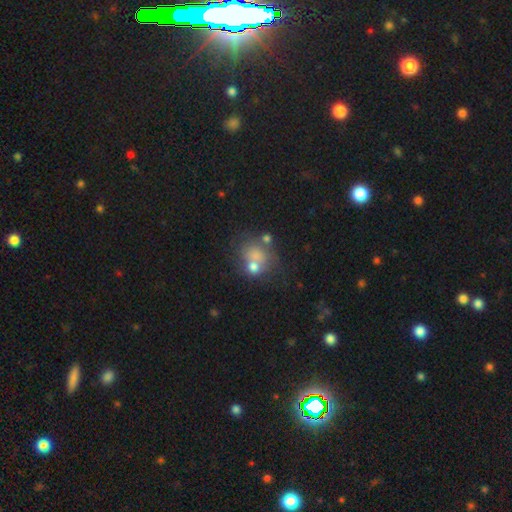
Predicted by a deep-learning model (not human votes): Smooth or featured? smooth (61%)
How rounded? round (69%)
Merging? none (44%)